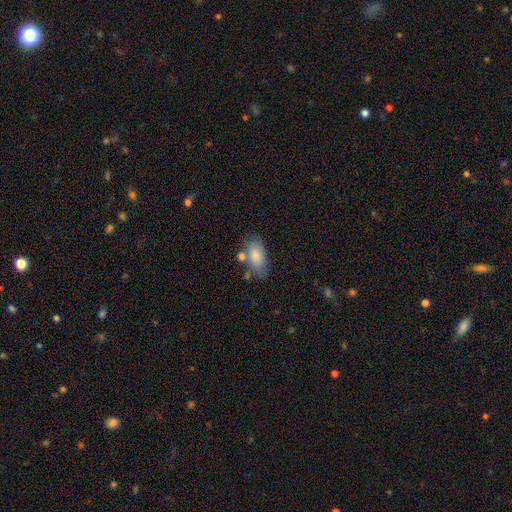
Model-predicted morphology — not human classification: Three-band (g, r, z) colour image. It shows a smooth galaxy with no disk features (81%) that is in between round and cigar-shaped (92%). Merging: none (60%).